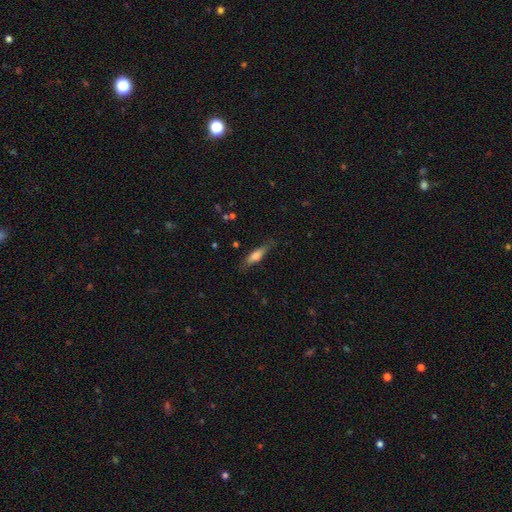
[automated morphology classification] type=smooth (66%); roundness=cigar-shaped (66%); merging=none (75%).